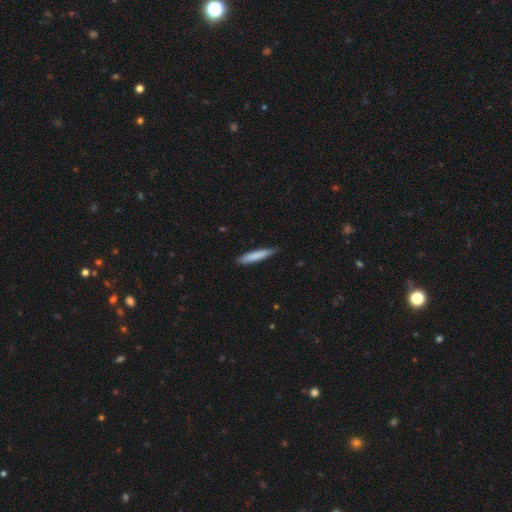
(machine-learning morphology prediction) Q: Smooth or featured?
A: smooth (80%); runner-up: featured or disk (15%)
Q: How rounded?
A: cigar-shaped (89%); runner-up: in between (10%)
Q: Merging?
A: none (79%); runner-up: minor disturbance (18%)